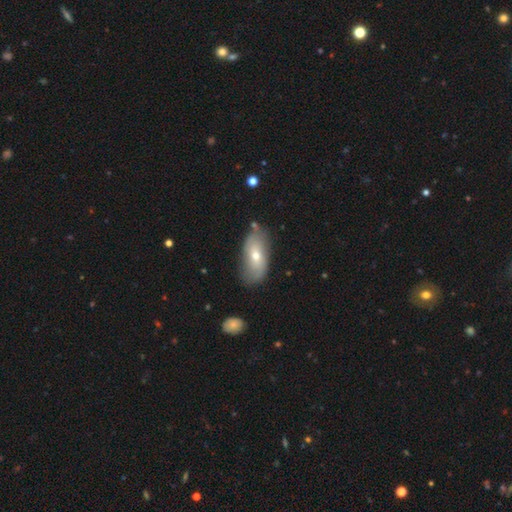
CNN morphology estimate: A smooth galaxy with no disk features (52%) that is in between round and cigar-shaped (87%).

Vote fractions:
- Smooth or featured? smooth: 52% / featured or disk: 40% / star or artifact: 7%
- How rounded? in between: 87% / cigar-shaped: 9% / round: 4%
- Merging? none: 72% / minor disturbance: 20% / major disturbance: 5% / merger: 3%